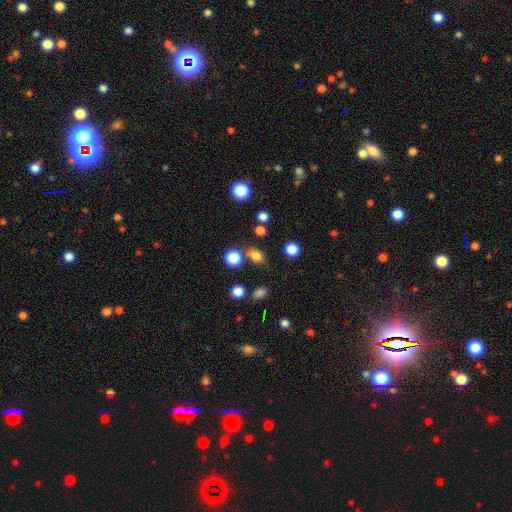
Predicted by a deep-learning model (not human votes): smooth-or-featured: smooth: 77% | star or artifact: 15% | featured or disk: 7%
  how-rounded: in between: 59% | round: 39% | cigar-shaped: 2%
  merging: none: 73% | minor disturbance: 12% | merger: 11% | major disturbance: 4%